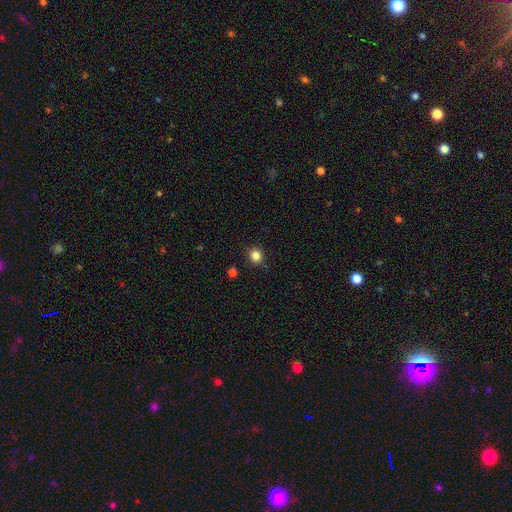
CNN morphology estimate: Smooth or featured: smooth — 84% (star or artifact — 12%)
How rounded: round — 85% (in between — 14%)
Merging: none — 88% (minor disturbance — 8%)